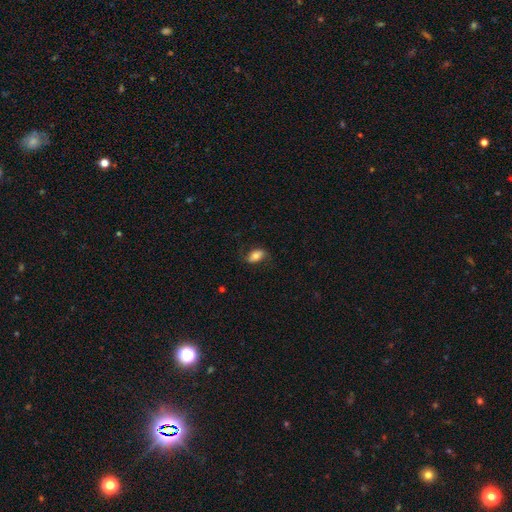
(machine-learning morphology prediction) smooth 68%, featured or disk 24%, star or artifact 8%. Down the decision tree: how rounded — in between (90%); merging — none (71%).